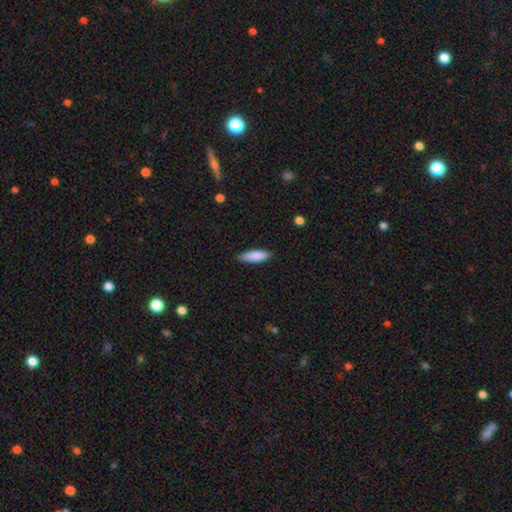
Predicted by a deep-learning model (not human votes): A smooth galaxy with no disk features (87%) that is in between round and cigar-shaped (52%). Merging: none (84%).